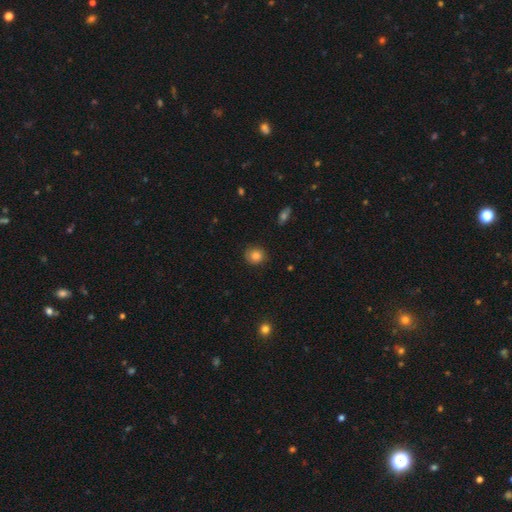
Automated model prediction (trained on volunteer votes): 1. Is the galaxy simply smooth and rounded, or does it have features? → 82% smooth, 10% star or artifact, 7% featured or disk.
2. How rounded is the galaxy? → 81% round, 18% in between, 1% cigar-shaped.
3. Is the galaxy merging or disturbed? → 88% none, 9% minor disturbance, 2% major disturbance, 1% merger.